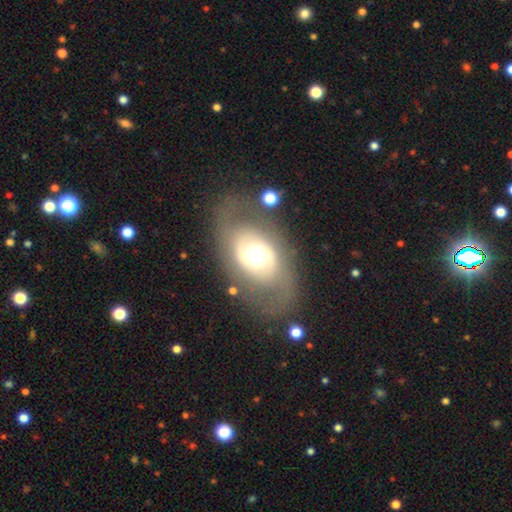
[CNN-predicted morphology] Smooth or featured? Predicted: featured or disk (p=0.58). Edge-on disk? Predicted: no (p=0.92). Bar? Predicted: no (p=0.76). Spiral arms? Predicted: no (p=0.72). Bulge size? Predicted: moderate (p=0.50). Merging? Predicted: none (p=0.70).